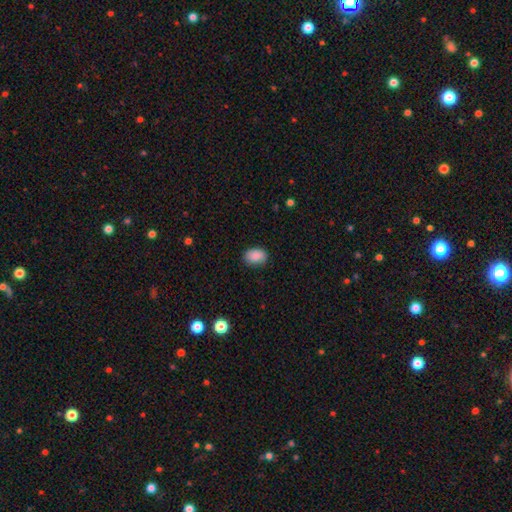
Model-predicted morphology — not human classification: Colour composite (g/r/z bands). It shows a smooth galaxy with no disk features (89%) that is in between round and cigar-shaped (79%). Merging: none (82%).